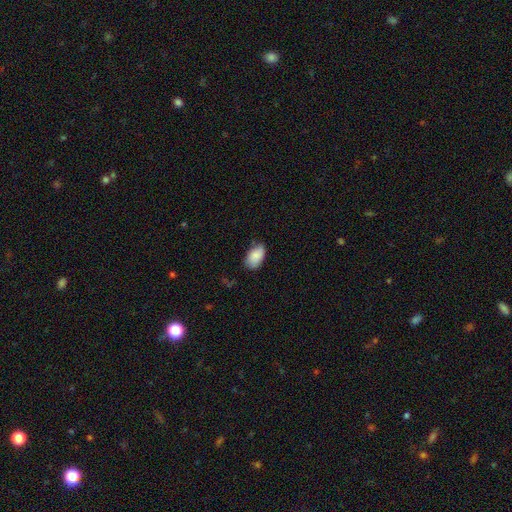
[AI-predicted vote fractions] This appears to be a smooth galaxy with no disk features (87%) that is in between round and cigar-shaped (93%). Merging: none (68%).